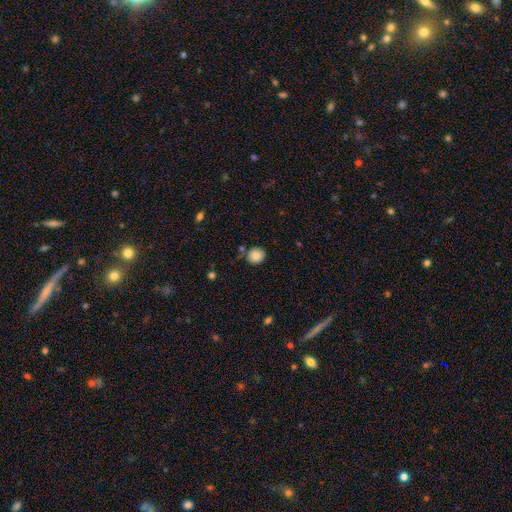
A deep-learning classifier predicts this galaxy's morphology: This appears to be a smooth galaxy with no disk features (84%) that is round (81%). Merging: none (78%).